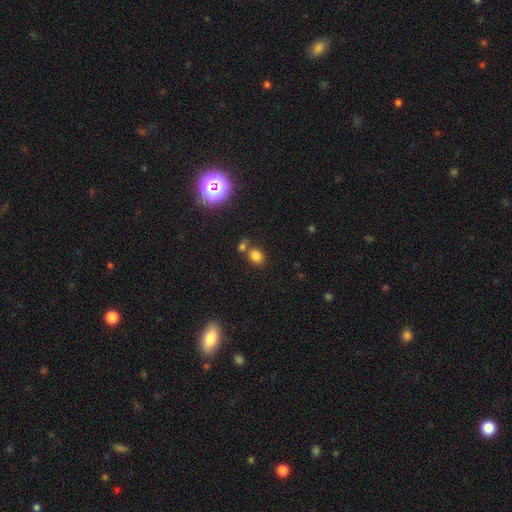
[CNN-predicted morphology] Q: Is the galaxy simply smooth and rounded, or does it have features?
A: smooth — 77%.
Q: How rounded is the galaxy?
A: round — 60%.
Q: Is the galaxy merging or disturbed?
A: none — 59%.